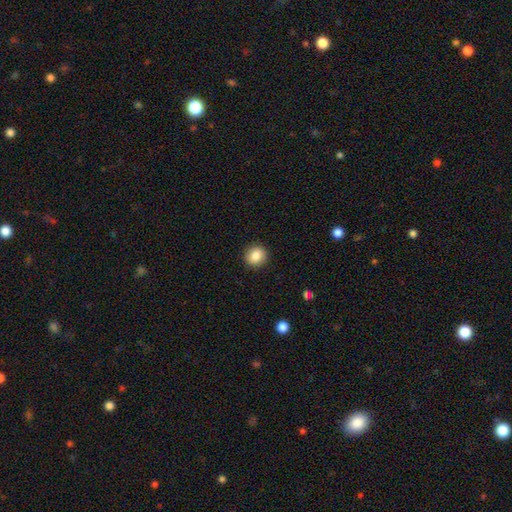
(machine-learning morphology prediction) A smooth galaxy with no disk features (87%) that is round (87%). Merging: none (91%).